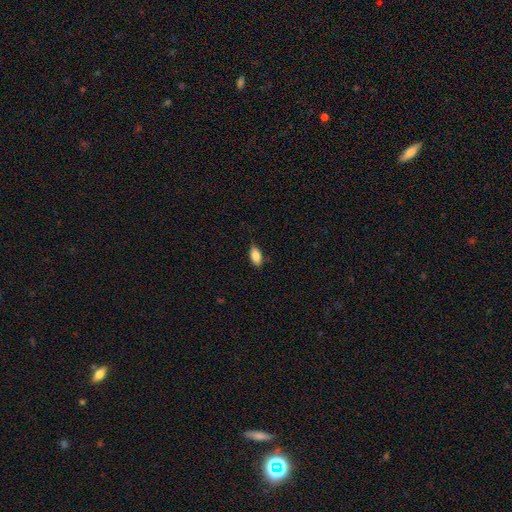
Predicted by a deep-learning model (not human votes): Smooth or featured? Predicted: smooth (p=0.85). How rounded? Predicted: in between (p=0.89). Merging? Predicted: none (p=0.79).